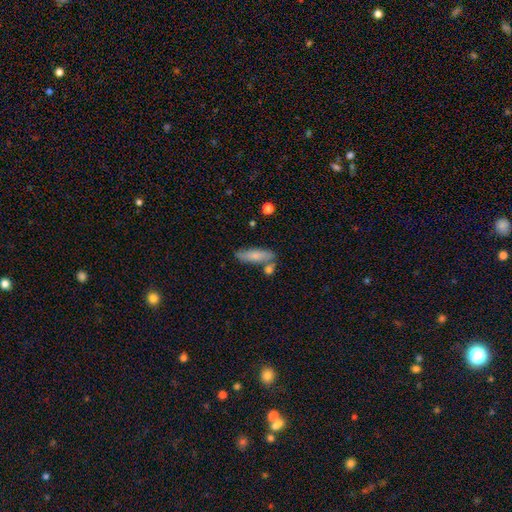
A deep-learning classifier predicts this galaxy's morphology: This is likely a smooth galaxy (75%). How rounded: possibly cigar-shaped (58%). Merging: likely none (69%).